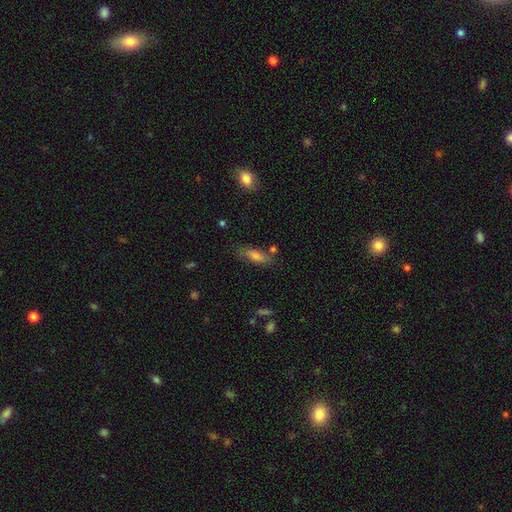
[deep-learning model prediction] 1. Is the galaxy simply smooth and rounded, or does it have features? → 74% smooth, 17% featured or disk, 9% star or artifact.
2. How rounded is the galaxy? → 64% in between, 34% cigar-shaped, 3% round.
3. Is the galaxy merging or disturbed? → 63% none, 21% minor disturbance, 9% merger, 7% major disturbance.